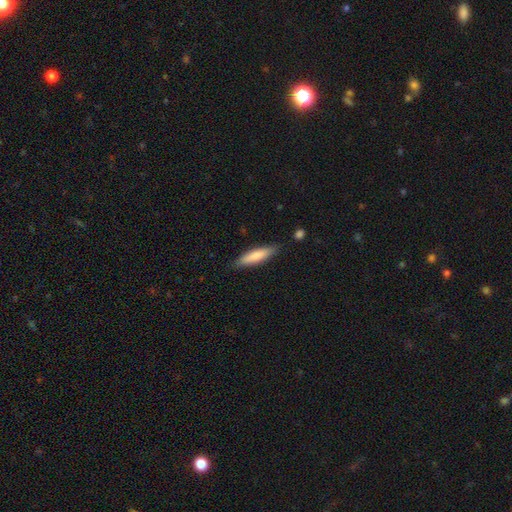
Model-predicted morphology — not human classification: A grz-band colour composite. It shows a smooth galaxy with no disk features (78%) that is cigar-shaped (76%). Merging: none (85%).